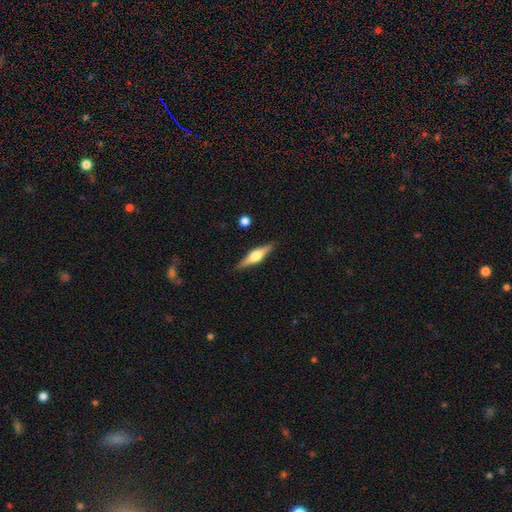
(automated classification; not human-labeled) Q: Smooth or featured?
A: featured or disk (66%); runner-up: smooth (28%)
Q: Edge-on disk?
A: yes (96%); runner-up: no (4%)
Q: Edge-on bulge?
A: rounded (90%); runner-up: boxy (7%)
Q: Merging?
A: none (88%); runner-up: minor disturbance (9%)